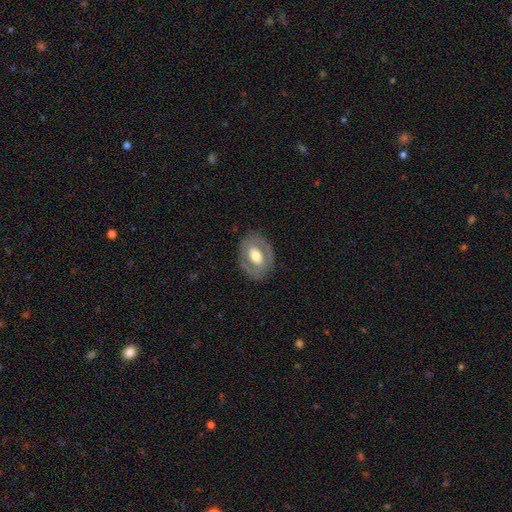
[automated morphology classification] This is possibly a featured or disk galaxy (54%). It is clearly not viewed edge-on (93%). Bar: possibly no (57%). Spiral arm pattern: likely no (76%). Central bulge: possibly moderate (56%). Merging: clearly none (80%).